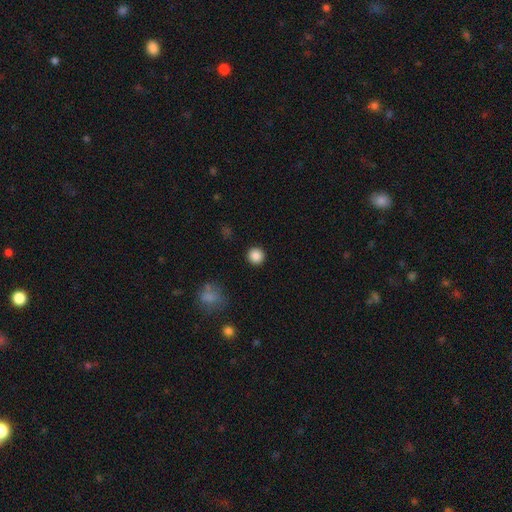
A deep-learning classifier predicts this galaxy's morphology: The model was most divided on "smooth or featured": smooth: 86%, star or artifact: 10%, featured or disk: 4%. More confident: how rounded — round (95%); merging — none (92%).